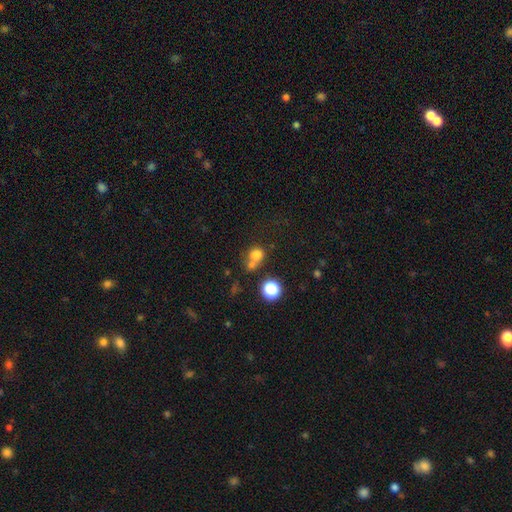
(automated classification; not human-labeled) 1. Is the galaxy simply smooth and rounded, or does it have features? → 72% smooth, 18% star or artifact, 10% featured or disk.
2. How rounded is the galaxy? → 62% round, 37% in between, 1% cigar-shaped.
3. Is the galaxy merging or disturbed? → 45% merger, 39% none, 10% minor disturbance, 7% major disturbance.